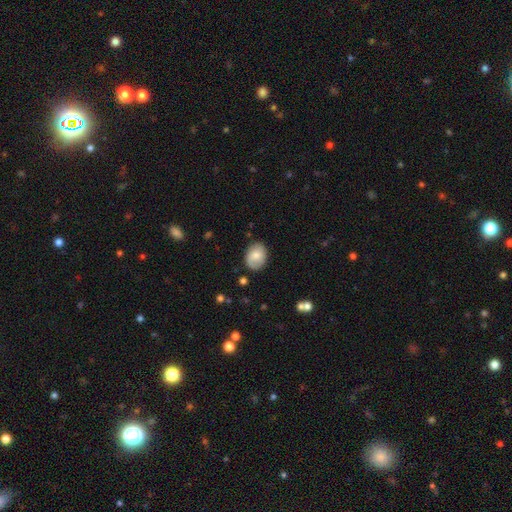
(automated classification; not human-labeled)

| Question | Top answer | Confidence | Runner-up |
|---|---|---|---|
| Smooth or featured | smooth | 65% | featured or disk (28%) |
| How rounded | in between | 67% | round (32%) |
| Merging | none | 78% | minor disturbance (17%) |